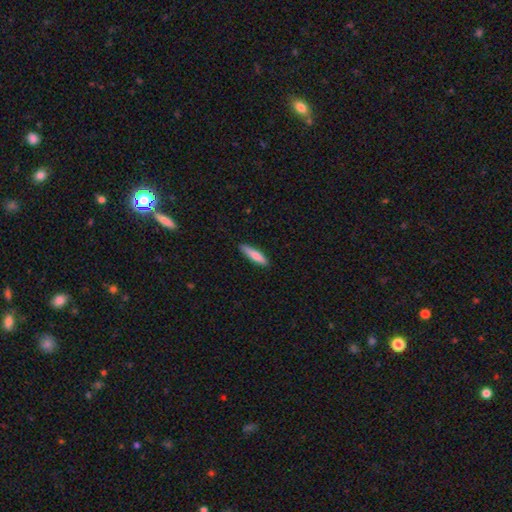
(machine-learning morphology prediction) Smooth or featured: smooth — 78% (featured or disk — 16%)
How rounded: cigar-shaped — 78% (in between — 21%)
Merging: none — 84% (minor disturbance — 13%)